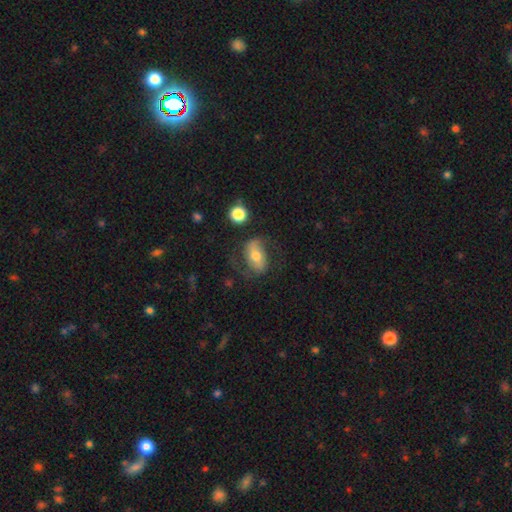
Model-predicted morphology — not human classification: Smooth or featured? Predicted: featured or disk (p=0.48). Merging? Predicted: none (p=0.59).